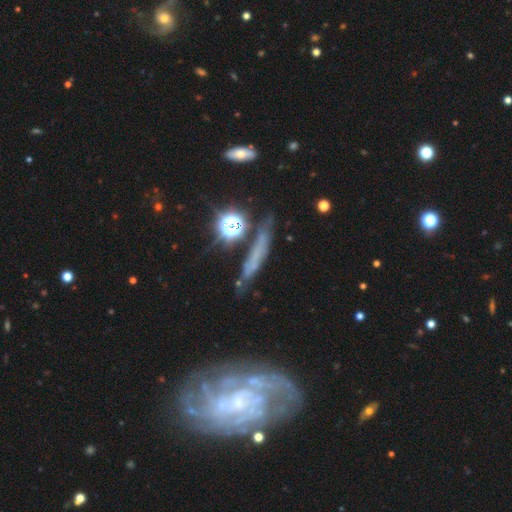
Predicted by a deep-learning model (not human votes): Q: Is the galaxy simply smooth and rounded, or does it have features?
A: featured or disk — 51%.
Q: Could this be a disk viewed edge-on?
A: yes — 60%.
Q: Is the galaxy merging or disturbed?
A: none — 71%.